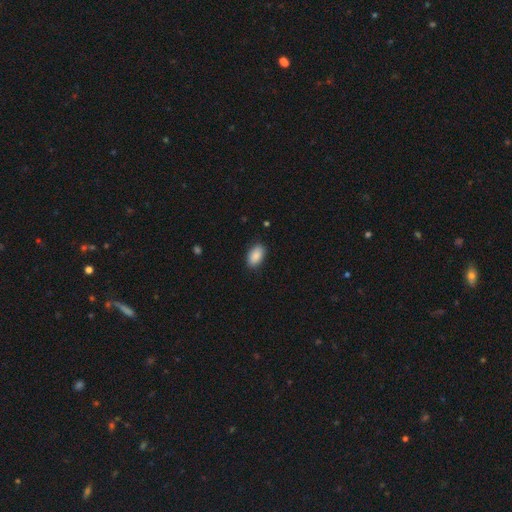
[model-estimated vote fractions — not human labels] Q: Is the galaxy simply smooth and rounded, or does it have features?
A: smooth — 89%.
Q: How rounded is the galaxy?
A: in between — 93%.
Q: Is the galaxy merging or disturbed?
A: none — 86%.